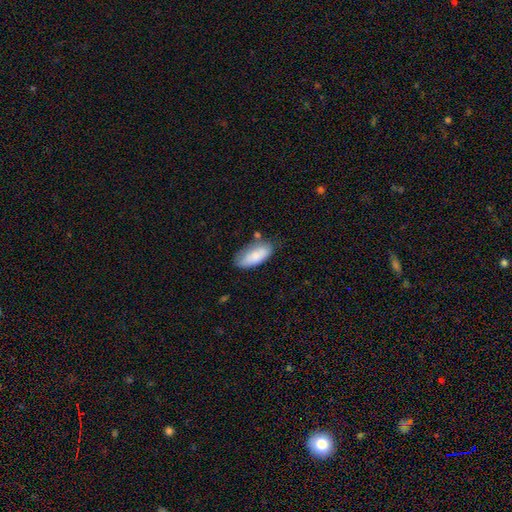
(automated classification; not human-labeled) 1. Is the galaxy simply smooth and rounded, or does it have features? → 80% smooth, 14% featured or disk, 6% star or artifact.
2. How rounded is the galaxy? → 88% in between, 10% cigar-shaped, 2% round.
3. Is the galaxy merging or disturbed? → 66% none, 24% minor disturbance, 5% major disturbance, 5% merger.